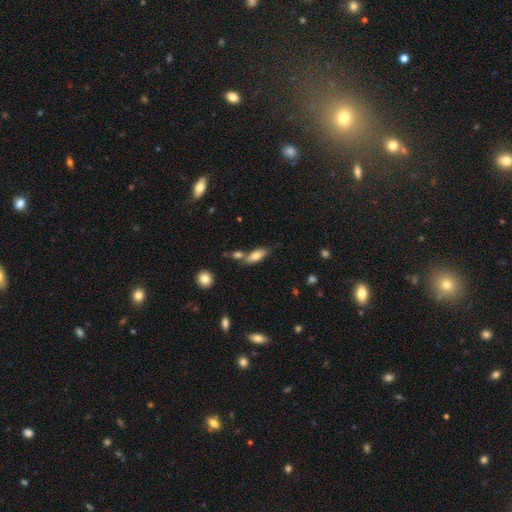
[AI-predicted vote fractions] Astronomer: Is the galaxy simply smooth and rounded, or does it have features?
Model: smooth — 77%.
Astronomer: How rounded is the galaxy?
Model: in between — 78%.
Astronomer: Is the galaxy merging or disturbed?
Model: none — 56%.